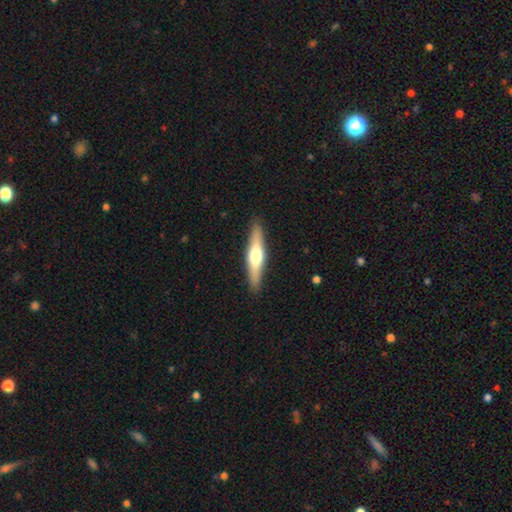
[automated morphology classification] The model was most divided on "smooth or featured": featured or disk: 53%, smooth: 42%, star or artifact: 5%. More confident: edge-on disk — yes (94%); merging — none (90%).